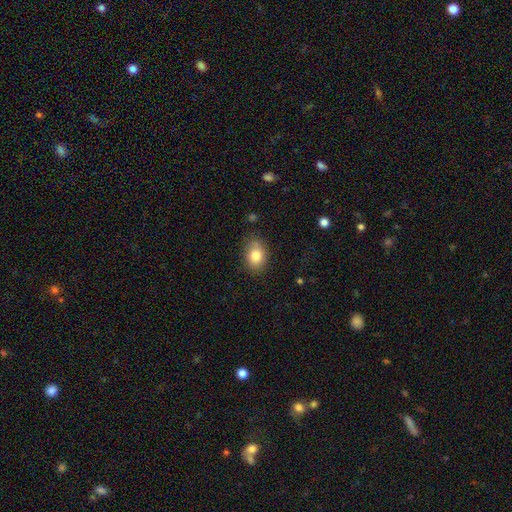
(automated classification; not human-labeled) The model was most divided on "how rounded": in between: 73%, round: 26%, cigar-shaped: 1%. More confident: smooth or featured — smooth (82%); merging — none (77%).